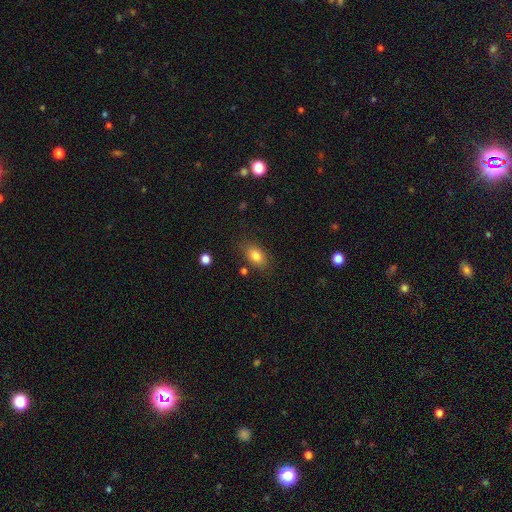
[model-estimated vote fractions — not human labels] This appears to be a smooth galaxy with no disk features (81%) that is in between round and cigar-shaped (84%). Merging: none (80%).